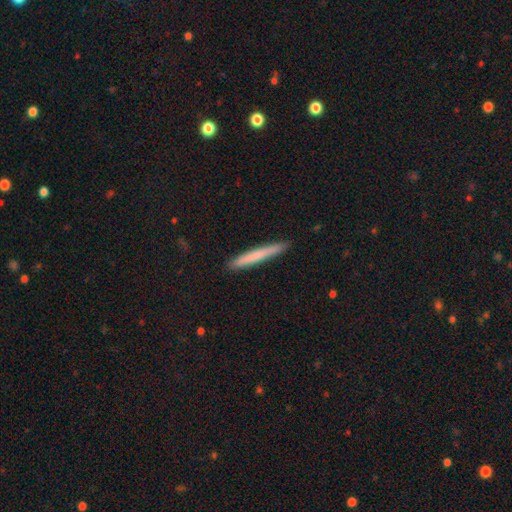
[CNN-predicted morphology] smooth 70%, featured or disk 24%, star or artifact 6%. Down the decision tree: how rounded — cigar-shaped (97%); merging — none (91%).